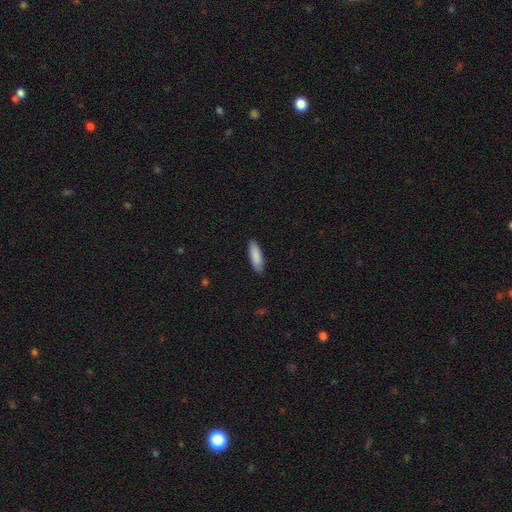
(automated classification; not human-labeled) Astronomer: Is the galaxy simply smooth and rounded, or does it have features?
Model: smooth — 89%.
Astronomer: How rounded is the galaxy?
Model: in between — 50% (runner-up: cigar-shaped, 48%).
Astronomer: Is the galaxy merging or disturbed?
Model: none — 89%.